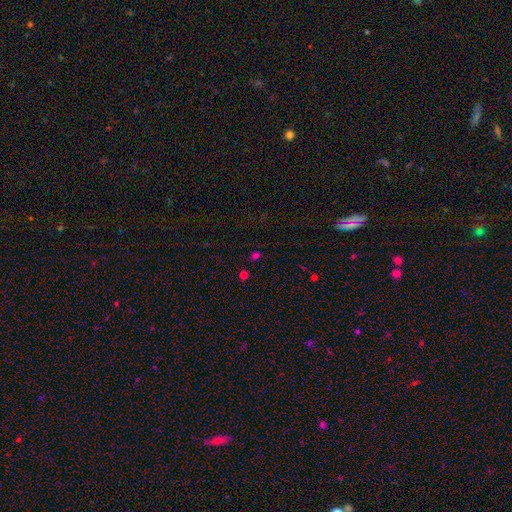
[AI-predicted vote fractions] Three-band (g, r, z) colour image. It shows a smooth galaxy with no disk features (56%) that is in between round and cigar-shaped (56%). Merging: none (79%).